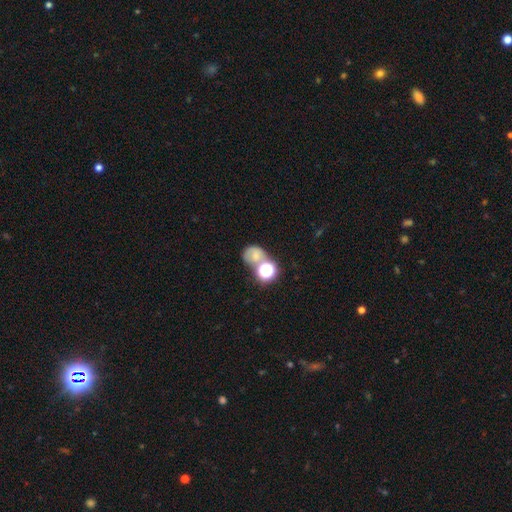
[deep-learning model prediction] smooth-or-featured: smooth: 59% | star or artifact: 23% | featured or disk: 18%
  how-rounded: round: 58% | in between: 41% | cigar-shaped: 1%
  merging: merger: 41% | none: 36% | minor disturbance: 13% | major disturbance: 10%